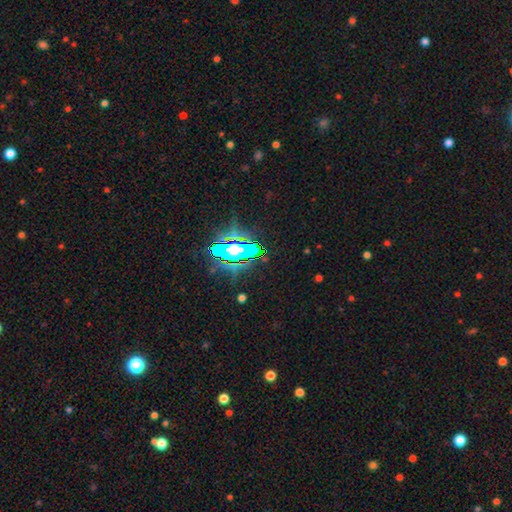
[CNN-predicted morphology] A star or artifact, not a galaxy (83%).